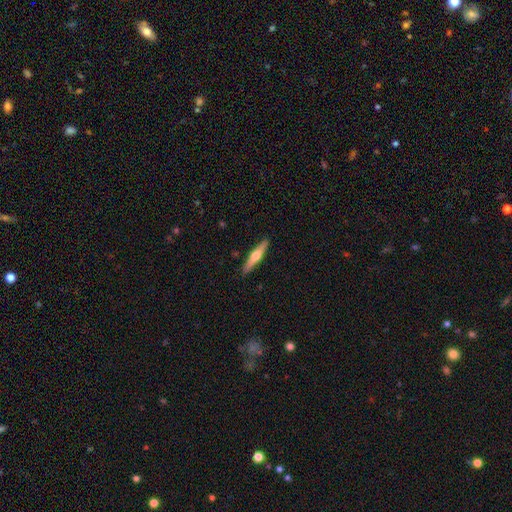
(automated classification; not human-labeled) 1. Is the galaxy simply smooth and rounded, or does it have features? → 54% featured or disk, 41% smooth, 5% star or artifact.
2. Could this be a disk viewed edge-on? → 95% yes, 5% no.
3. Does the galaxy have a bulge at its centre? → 92% rounded, 5% none, 3% boxy.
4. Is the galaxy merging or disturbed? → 90% none, 7% minor disturbance, 1% major disturbance, 1% merger.